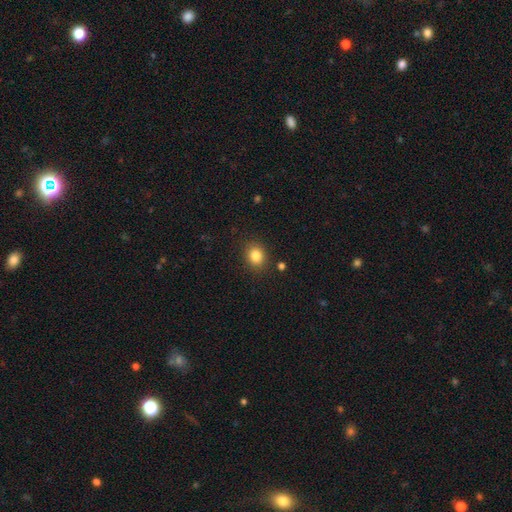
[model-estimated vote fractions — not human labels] Overall: smooth (84%). How rounded: round (59%; in between 41%). Merging: none (87%).